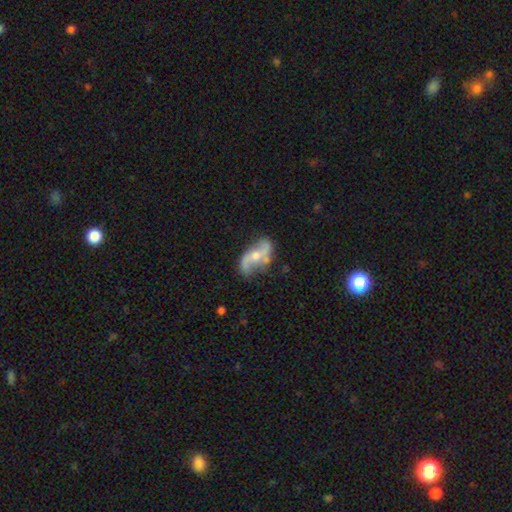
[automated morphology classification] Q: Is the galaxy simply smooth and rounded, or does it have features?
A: featured or disk — 80%.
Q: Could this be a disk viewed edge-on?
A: no — 93%.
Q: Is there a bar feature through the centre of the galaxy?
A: no — 53%.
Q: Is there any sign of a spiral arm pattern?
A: yes — 90%.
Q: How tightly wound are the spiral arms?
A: loose — 77%.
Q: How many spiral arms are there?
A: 2 — 91%.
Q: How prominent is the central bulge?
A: moderate — 57%.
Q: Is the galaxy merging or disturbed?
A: none — 70%.